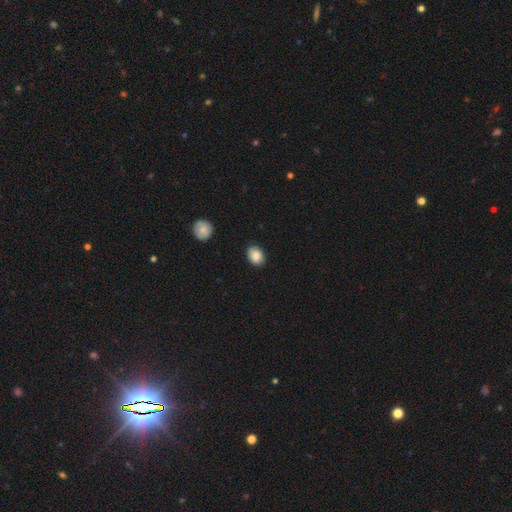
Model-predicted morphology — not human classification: Smooth or featured? Predicted: smooth (p=0.85). How rounded? Predicted: in between (p=0.66). Merging? Predicted: none (p=0.86).